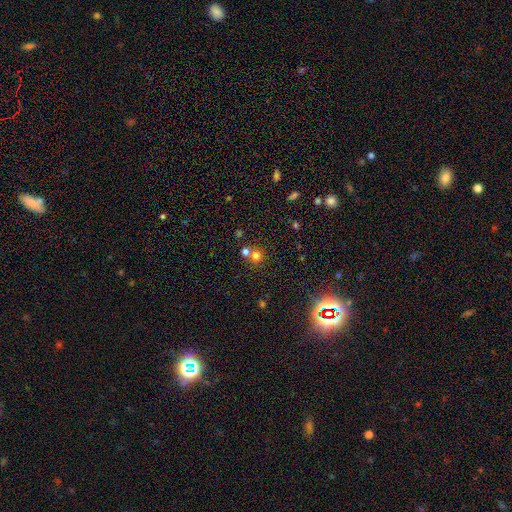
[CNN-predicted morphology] smooth-or-featured: smooth: 69% | star or artifact: 22% | featured or disk: 9%
  how-rounded: round: 89% | in between: 10% | cigar-shaped: 1%
  merging: none: 59% | merger: 31% | minor disturbance: 7% | major disturbance: 3%